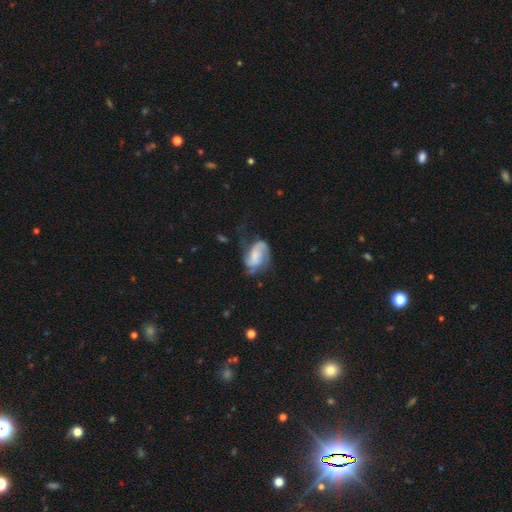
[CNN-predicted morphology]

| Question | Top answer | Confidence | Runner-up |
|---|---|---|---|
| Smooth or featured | featured or disk | 70% | smooth (23%) |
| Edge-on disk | no | 97% | yes (3%) |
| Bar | no | 48% | weak (39%) |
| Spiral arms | yes | 91% | no (9%) |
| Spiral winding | medium | 45% | loose (29%) |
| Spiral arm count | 2 | 66% | can't tell (13%) |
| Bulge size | small | 29% | tied: none (29%) |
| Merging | none | 46% | major disturbance (26%) |